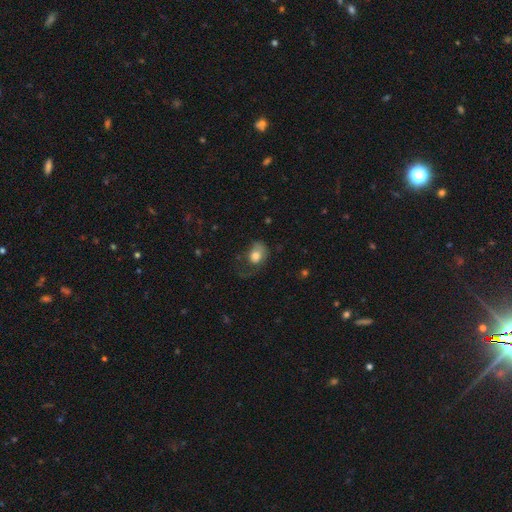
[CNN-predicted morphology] smooth_or_featured: smooth (p=0.69) [alt: featured or disk p=0.22]
how_rounded: in between (p=0.57) [alt: round p=0.42]
merging: major disturbance (p=0.42) [alt: none p=0.30]